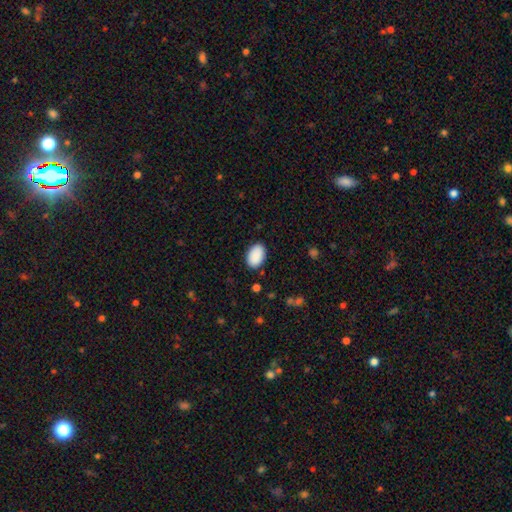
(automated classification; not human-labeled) Morphology: type=smooth (91%); roundness=in between (92%); merging=none (88%).